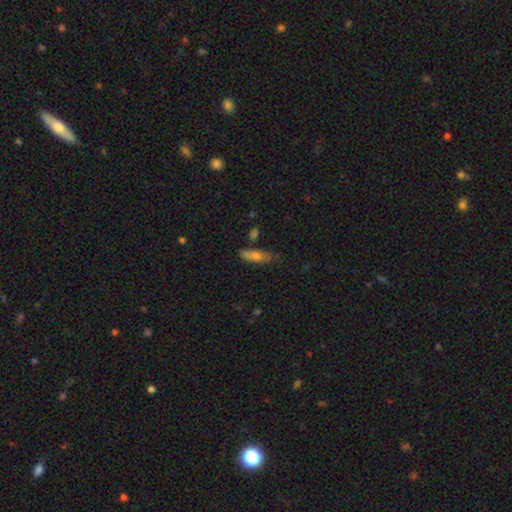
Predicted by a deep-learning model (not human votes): This is likely a smooth galaxy (69%). How rounded: possibly in between (50%). Merging: possibly none (60%).